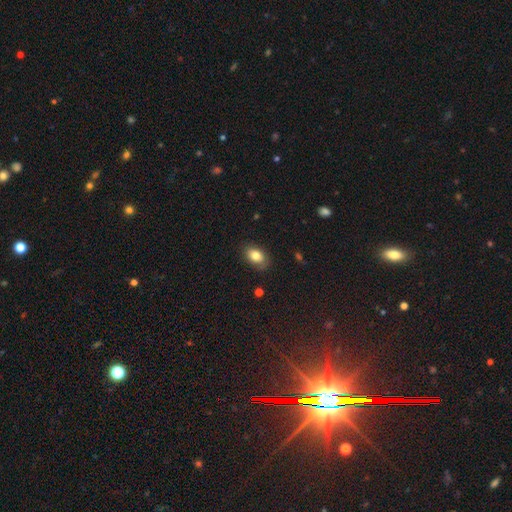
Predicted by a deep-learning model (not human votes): Morphology: type=smooth (81%); roundness=in between (85%); merging=none (79%).